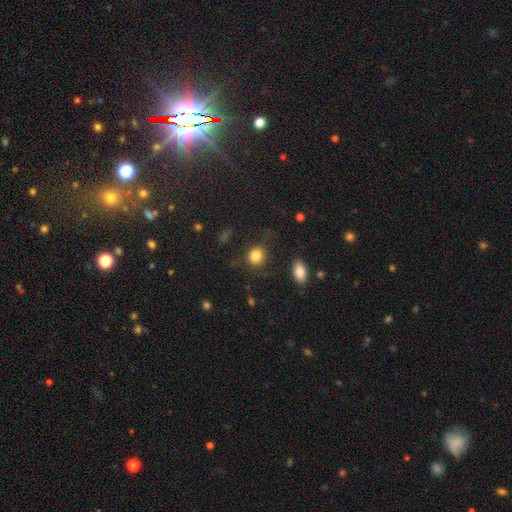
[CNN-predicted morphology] Q: Smooth or featured?
A: smooth (83%); runner-up: star or artifact (10%)
Q: How rounded?
A: round (72%); runner-up: in between (27%)
Q: Merging?
A: none (76%); runner-up: minor disturbance (15%)